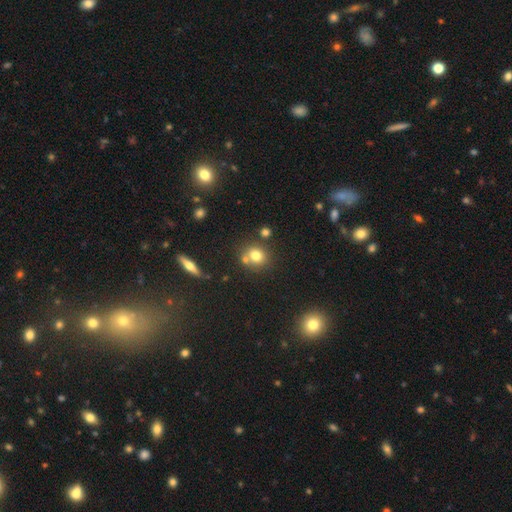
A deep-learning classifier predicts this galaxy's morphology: The model was most divided on "merging": none: 62%, merger: 25%, minor disturbance: 10%, major disturbance: 3%. More confident: how rounded — round (81%); smooth or featured — smooth (74%).